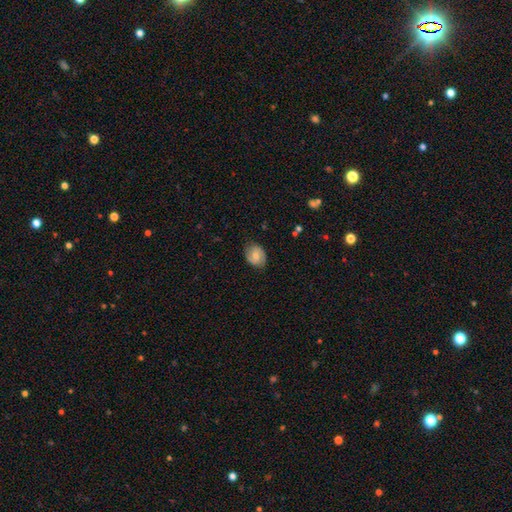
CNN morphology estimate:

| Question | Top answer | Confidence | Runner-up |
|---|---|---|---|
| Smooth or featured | featured or disk | 52% | smooth (41%) |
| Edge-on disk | no | 97% | yes (3%) |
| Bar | no | 45% | weak (44%) |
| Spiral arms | yes | 86% | no (14%) |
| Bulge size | moderate | 53% | small (38%) |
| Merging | none | 80% | minor disturbance (16%) |